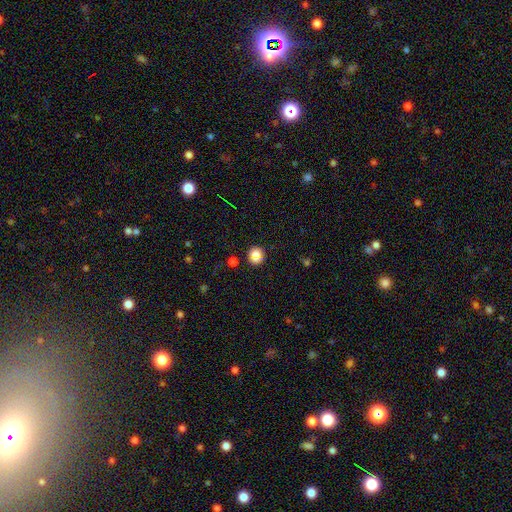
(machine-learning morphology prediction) Q: Smooth or featured?
A: smooth (73%); runner-up: star or artifact (18%)
Q: How rounded?
A: round (90%); runner-up: in between (9%)
Q: Merging?
A: none (79%); runner-up: minor disturbance (9%)